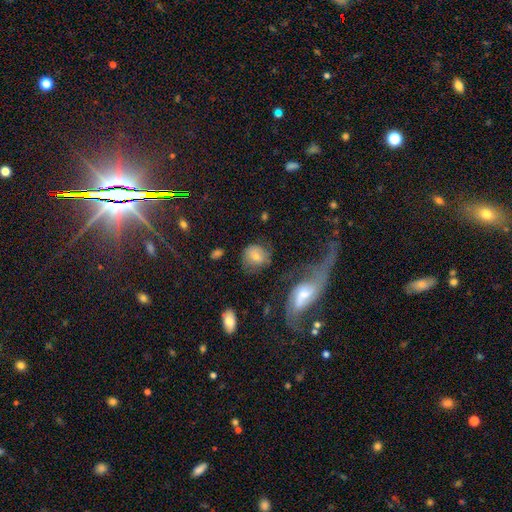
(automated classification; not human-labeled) Smooth or featured: smooth — 64% (featured or disk — 25%)
How rounded: round — 71% (in between — 28%)
Merging: none — 63% (minor disturbance — 19%)